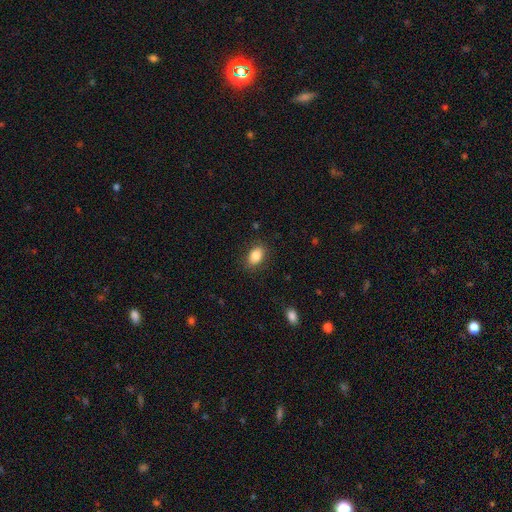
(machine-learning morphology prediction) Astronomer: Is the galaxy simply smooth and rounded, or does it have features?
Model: smooth — 86%.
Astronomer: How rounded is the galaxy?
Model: in between — 85%.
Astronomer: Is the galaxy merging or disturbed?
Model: none — 85%.